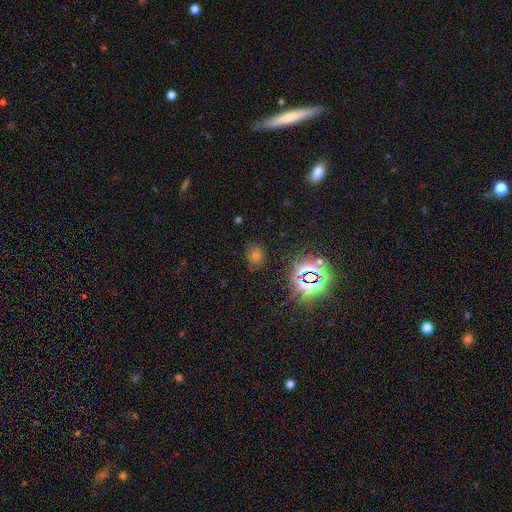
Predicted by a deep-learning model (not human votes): Morphology: type=star or artifact (46%).